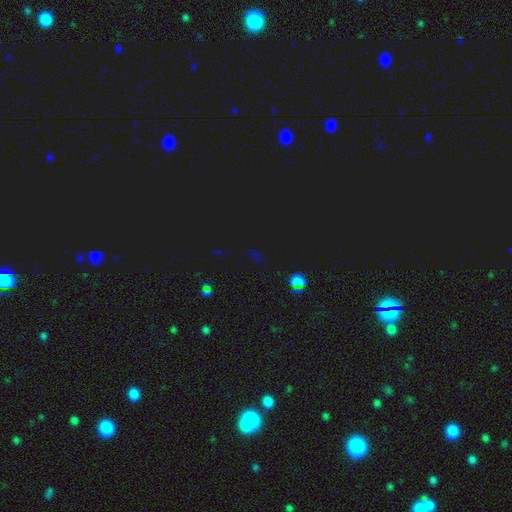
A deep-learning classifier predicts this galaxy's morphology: Q: Smooth or featured?
A: star or artifact (73%); runner-up: smooth (20%)